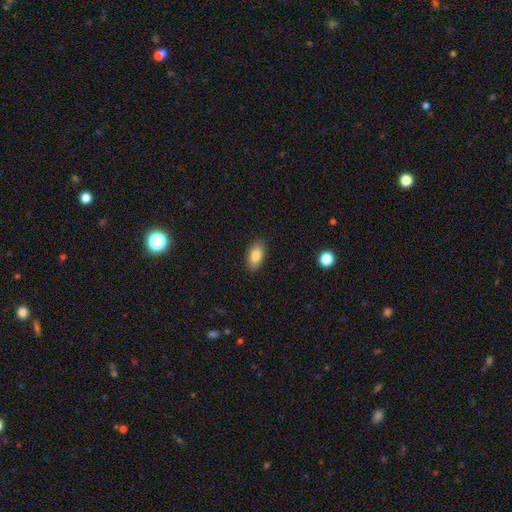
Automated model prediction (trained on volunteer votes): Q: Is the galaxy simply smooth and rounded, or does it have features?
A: smooth — 83%.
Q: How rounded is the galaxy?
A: in between — 93%.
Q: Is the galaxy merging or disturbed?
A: none — 88%.